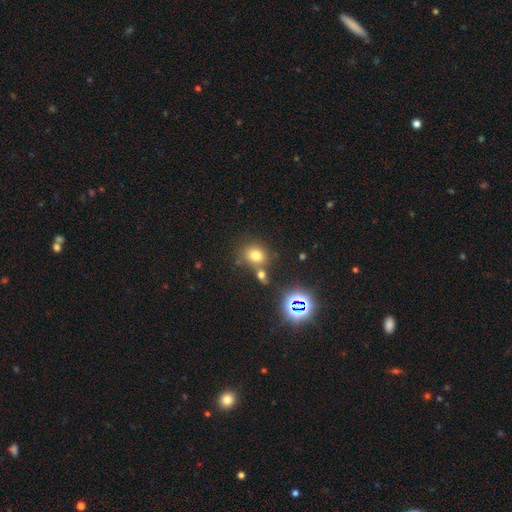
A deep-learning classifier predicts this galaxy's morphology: Smooth or featured?
  - smooth: 71% *
  - star or artifact: 20%
  - featured or disk: 9%
How rounded?
  - round: 63% *
  - in between: 36%
  - cigar-shaped: 1%
Merging?
  - none: 60% *
  - merger: 23%
  - minor disturbance: 12%
  - major disturbance: 5%